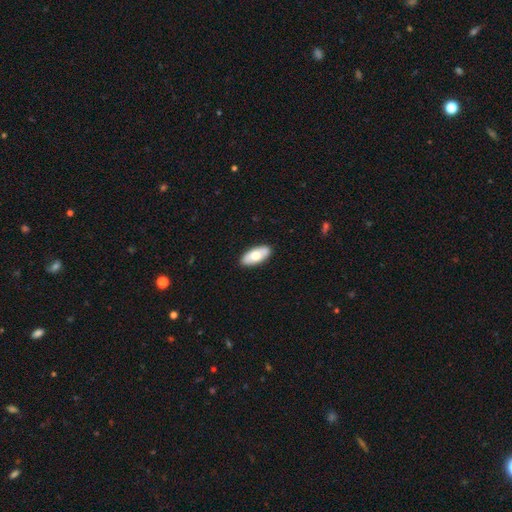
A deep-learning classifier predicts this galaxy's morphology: Smooth or featured? smooth (67%)
How rounded? in between (90%)
Merging? none (89%)